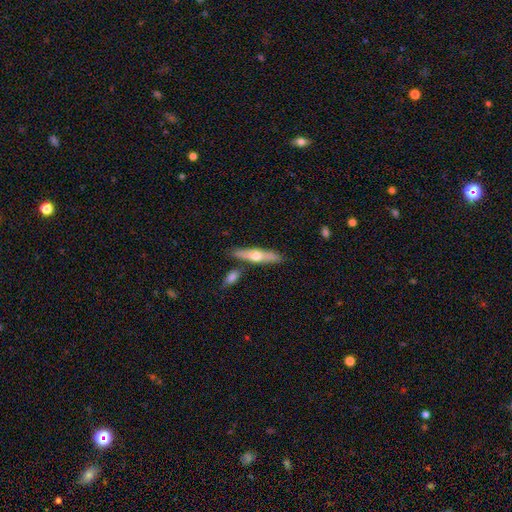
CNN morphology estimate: Smooth or featured? featured or disk (53%)
Edge-on disk? yes (92%)
Merging? none (78%)